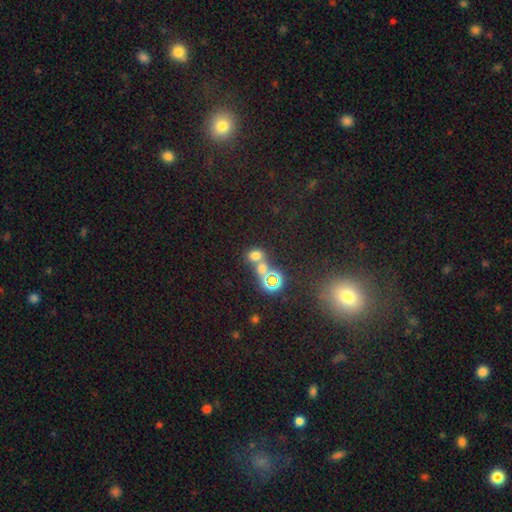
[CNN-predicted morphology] This is likely a smooth galaxy (63%). How rounded: possibly round (53%). Merging: possibly merger (48%).